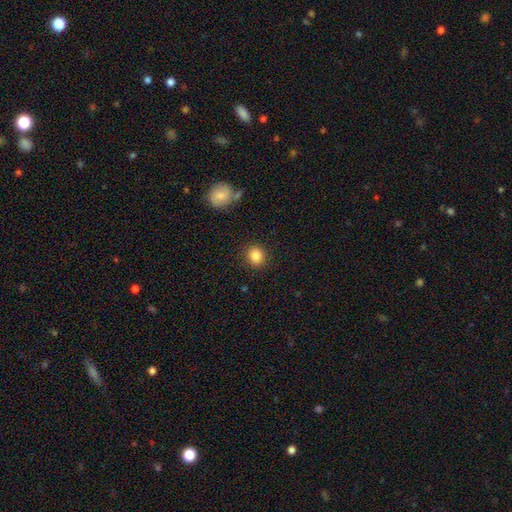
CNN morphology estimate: smooth_or_featured: smooth (p=0.86) [alt: star or artifact p=0.09]
how_rounded: round (p=0.78) [alt: in between p=0.21]
merging: none (p=0.88) [alt: minor disturbance p=0.07]